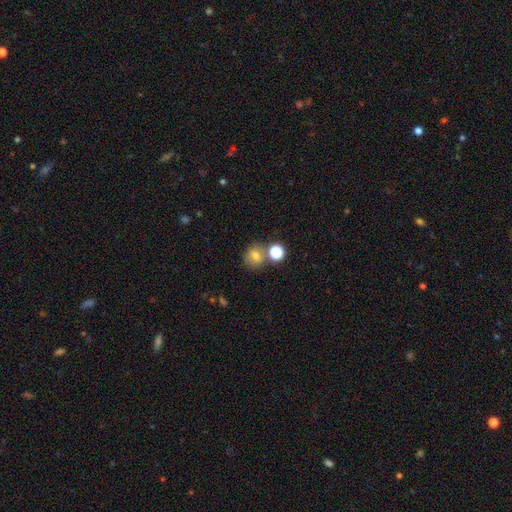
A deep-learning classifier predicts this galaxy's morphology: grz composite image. It shows a smooth galaxy with no disk features (72%) that is round (80%). Merging: none (61%).